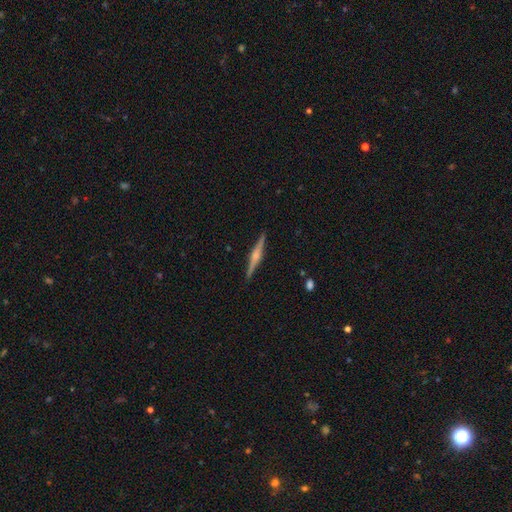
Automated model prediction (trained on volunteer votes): Smooth or featured? featured or disk (77%)
Edge-on disk? yes (98%)
Edge-on bulge? rounded (82%)
Merging? none (91%)